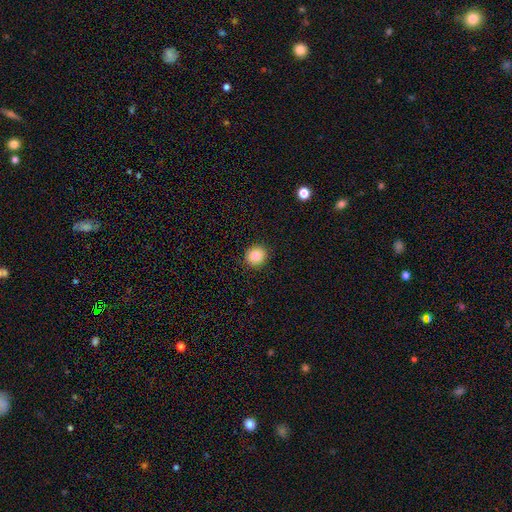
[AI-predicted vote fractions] Smooth or featured? smooth (85%)
How rounded? round (86%)
Merging? none (91%)